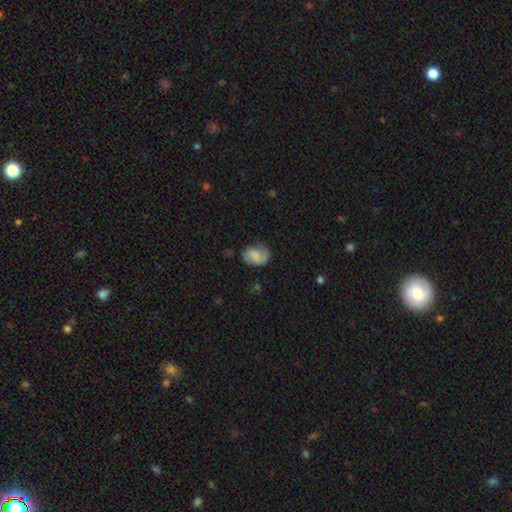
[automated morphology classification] A featured or disk galaxy (46%, tied with smooth). Merging: none (65%).